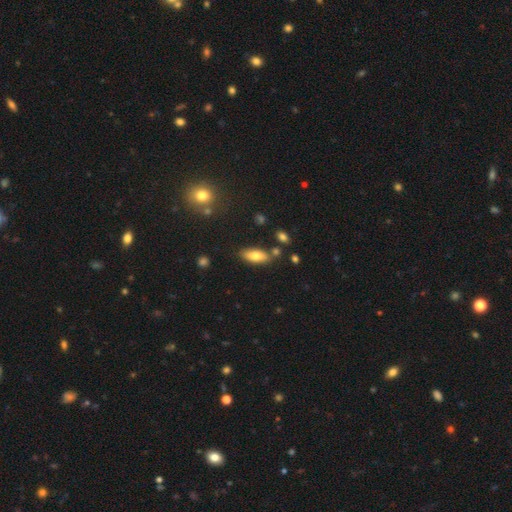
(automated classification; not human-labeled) A smooth galaxy with no disk features (76%) that is in between round and cigar-shaped (82%).

Vote fractions:
- Smooth or featured? smooth: 76% / featured or disk: 16% / star or artifact: 7%
- How rounded? in between: 82% / cigar-shaped: 16% / round: 2%
- Merging? none: 80% / minor disturbance: 12% / merger: 5% / major disturbance: 3%